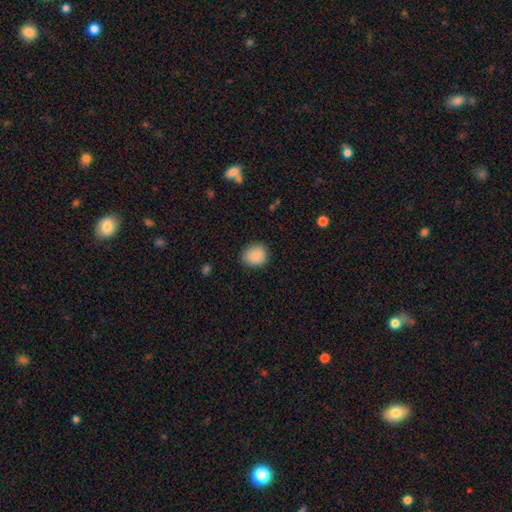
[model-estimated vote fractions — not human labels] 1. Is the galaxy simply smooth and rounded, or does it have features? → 88% smooth, 8% star or artifact, 4% featured or disk.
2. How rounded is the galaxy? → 71% round, 28% in between, 1% cigar-shaped.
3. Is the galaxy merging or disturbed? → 82% none, 14% minor disturbance, 3% major disturbance, 1% merger.